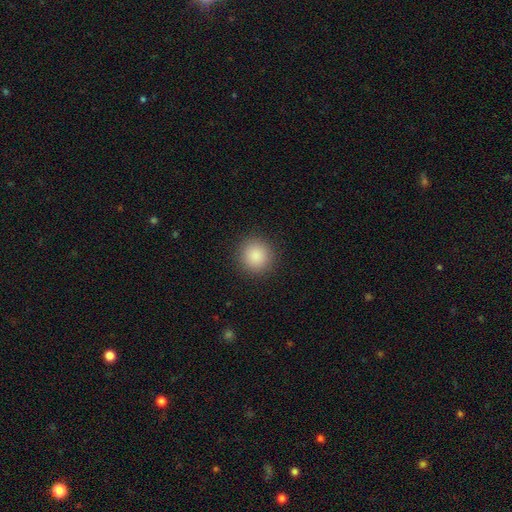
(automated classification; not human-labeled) Smooth or featured: smooth — 88% (star or artifact — 9%)
How rounded: round — 93% (in between — 6%)
Merging: none — 91% (minor disturbance — 6%)